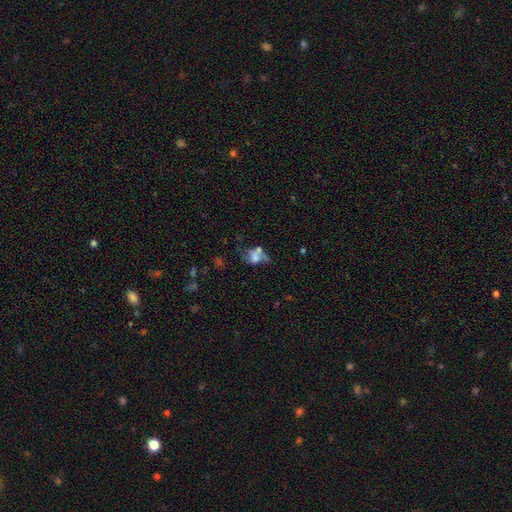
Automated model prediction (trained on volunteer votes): Smooth or featured? Predicted: smooth (p=0.53). How rounded? Predicted: in between (p=0.64). Merging? Predicted: merger (p=0.38).